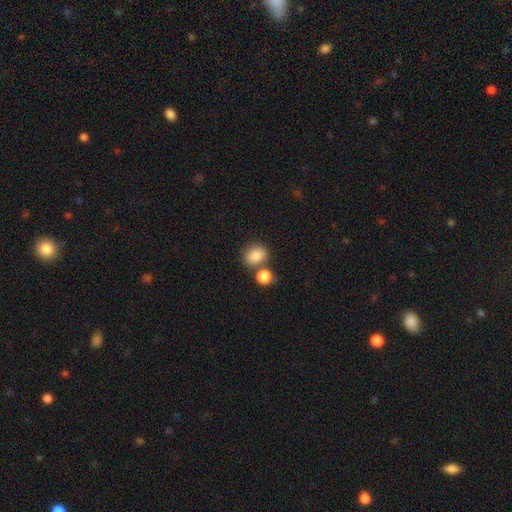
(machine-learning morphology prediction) Q: Smooth or featured?
A: smooth (84%); runner-up: star or artifact (10%)
Q: How rounded?
A: round (61%); runner-up: in between (38%)
Q: Merging?
A: none (62%); runner-up: merger (23%)